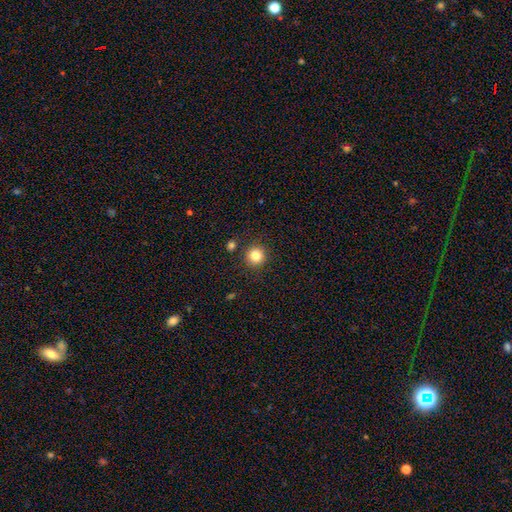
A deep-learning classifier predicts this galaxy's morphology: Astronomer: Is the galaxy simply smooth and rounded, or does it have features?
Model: smooth — 83%.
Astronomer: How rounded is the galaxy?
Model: round — 94%.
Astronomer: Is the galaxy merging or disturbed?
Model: none — 89%.